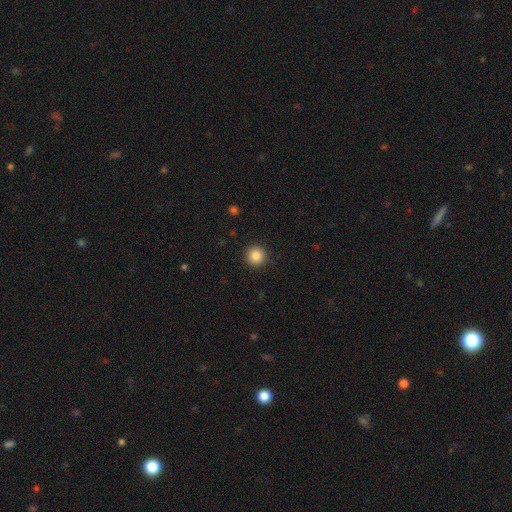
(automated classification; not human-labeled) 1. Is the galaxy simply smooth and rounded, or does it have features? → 87% smooth, 10% star or artifact, 3% featured or disk.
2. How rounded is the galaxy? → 96% round, 3% in between, 1% cigar-shaped.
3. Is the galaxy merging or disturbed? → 92% none, 5% minor disturbance, 2% major disturbance, 1% merger.